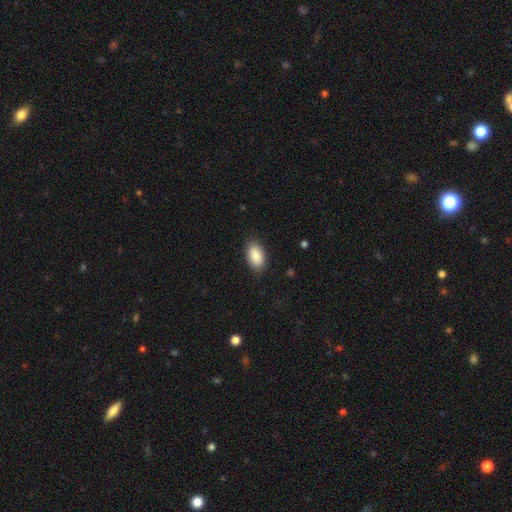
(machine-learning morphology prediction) Smooth or featured: smooth — 88% (star or artifact — 6%)
How rounded: in between — 94% (round — 4%)
Merging: none — 84% (minor disturbance — 12%)